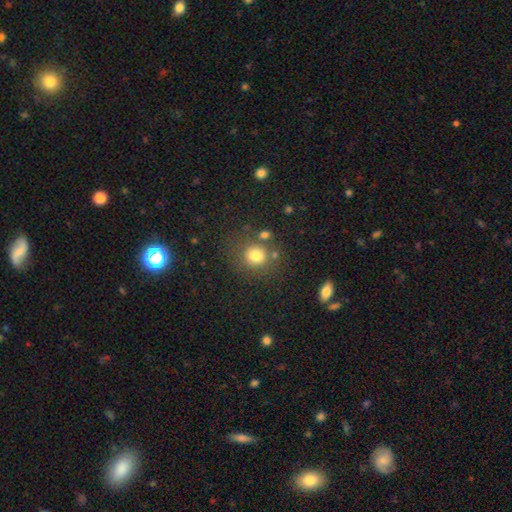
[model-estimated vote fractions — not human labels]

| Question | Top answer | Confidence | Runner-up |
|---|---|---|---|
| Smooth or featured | smooth | 77% | star or artifact (15%) |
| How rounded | round | 85% | in between (14%) |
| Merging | none | 74% | minor disturbance (11%) |